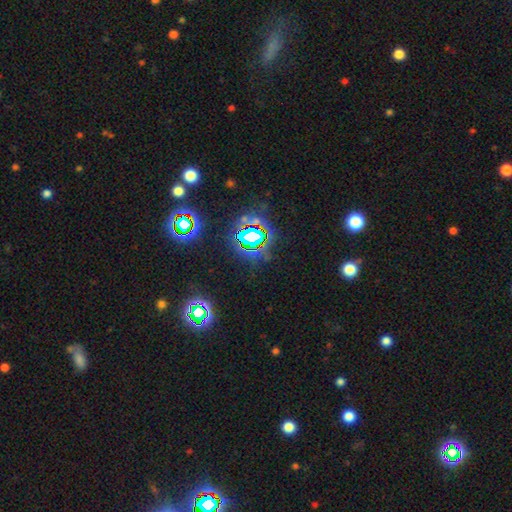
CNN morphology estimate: type=star or artifact (77%).